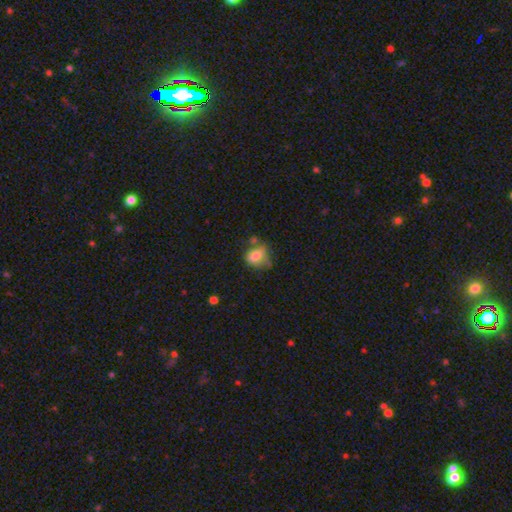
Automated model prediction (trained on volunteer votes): This is likely a smooth galaxy (72%). How rounded: possibly in between (55%). Merging: marginally none (43%).